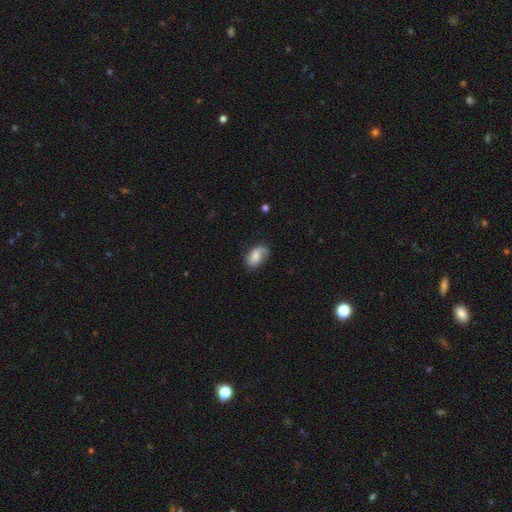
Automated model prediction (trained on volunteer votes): Smooth or featured: smooth — 59% (featured or disk — 33%)
How rounded: in between — 90% (round — 8%)
Merging: none — 68% (minor disturbance — 23%)